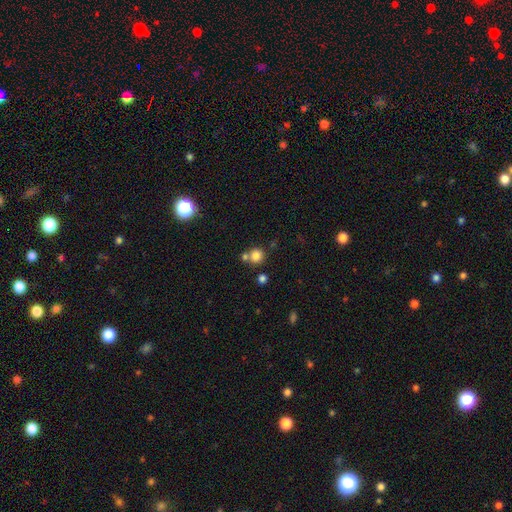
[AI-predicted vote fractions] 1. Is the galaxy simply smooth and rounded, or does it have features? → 80% smooth, 13% star or artifact, 6% featured or disk.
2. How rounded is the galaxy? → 89% round, 10% in between, 1% cigar-shaped.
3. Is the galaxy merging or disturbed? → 62% none, 26% merger, 8% minor disturbance, 3% major disturbance.